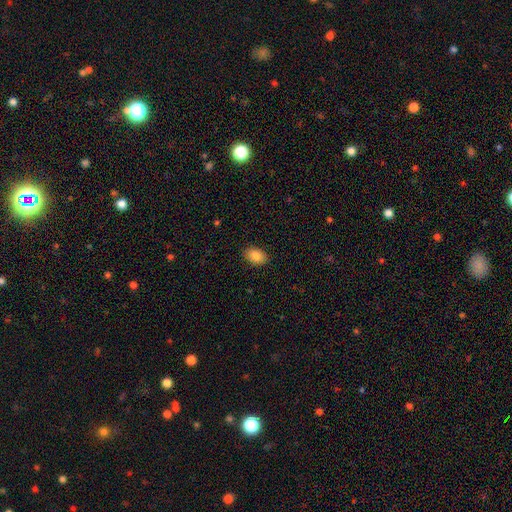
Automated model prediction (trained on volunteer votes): Smooth or featured: smooth — 85% (star or artifact — 8%)
How rounded: in between — 85% (round — 14%)
Merging: none — 89% (minor disturbance — 8%)